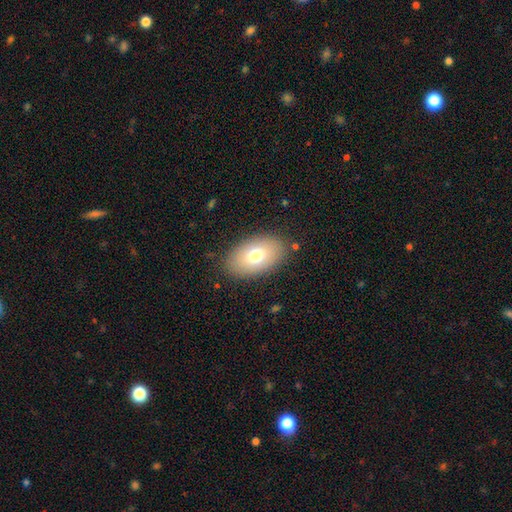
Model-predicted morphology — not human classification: The model was most divided on "smooth or featured": smooth: 73%, featured or disk: 19%, star or artifact: 8%. More confident: how rounded — in between (92%); merging — none (85%).